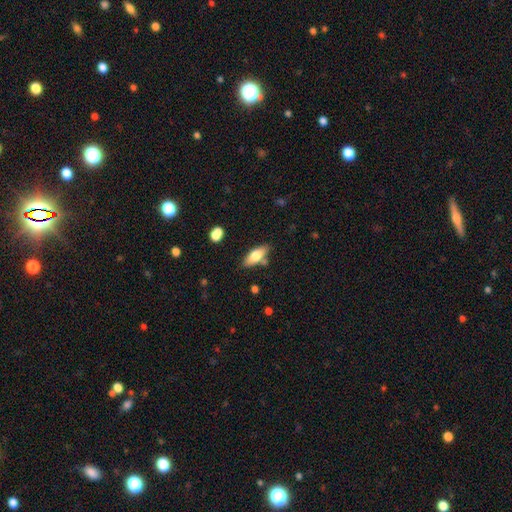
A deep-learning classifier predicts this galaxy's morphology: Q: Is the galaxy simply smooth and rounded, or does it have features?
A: smooth — 68%.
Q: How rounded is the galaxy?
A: in between — 72%.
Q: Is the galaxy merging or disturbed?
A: none — 75%.